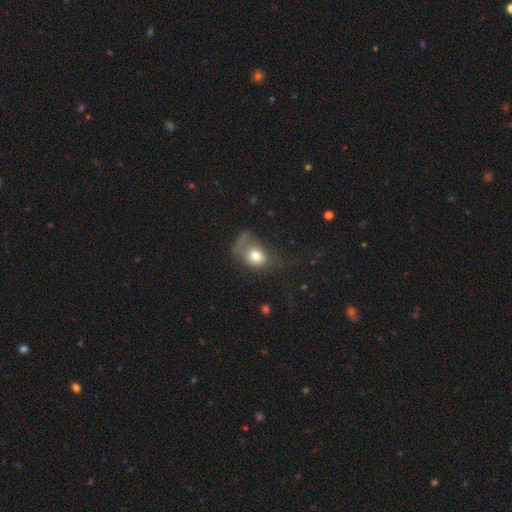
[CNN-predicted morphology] type=smooth (72%); roundness=in between (61%); merging=major disturbance (46%).